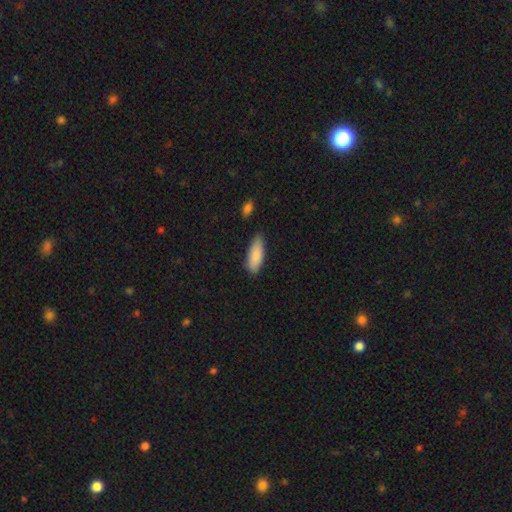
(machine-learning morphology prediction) The model was most divided on "how rounded": in between: 68%, cigar-shaped: 31%, round: 2%. More confident: smooth or featured — smooth (88%); merging — none (75%).